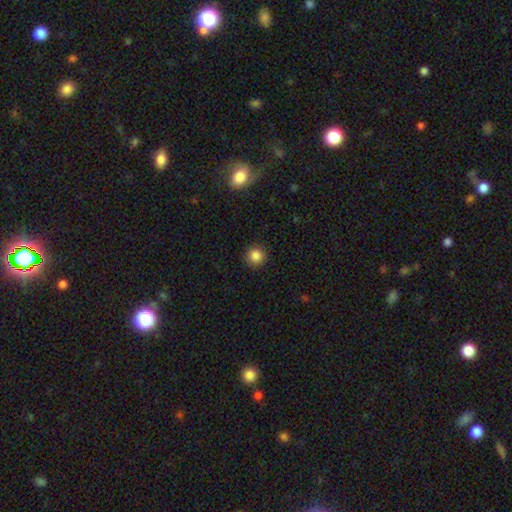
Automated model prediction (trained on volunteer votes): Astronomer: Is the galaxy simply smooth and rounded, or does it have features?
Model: smooth — 86%.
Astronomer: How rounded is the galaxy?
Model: round — 94%.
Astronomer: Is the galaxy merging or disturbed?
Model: none — 91%.